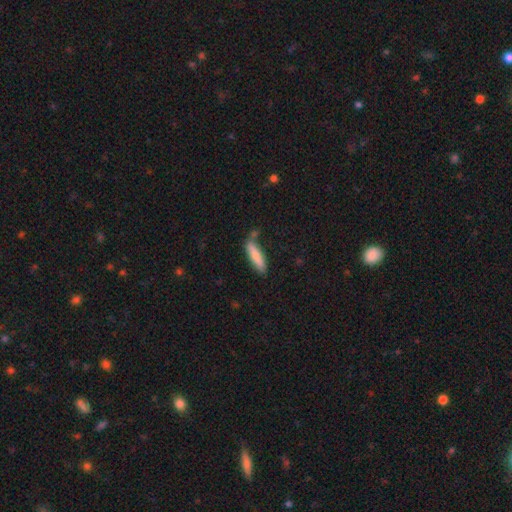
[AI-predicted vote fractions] Overall: smooth (80%). How rounded: cigar-shaped (73%). Merging: none (71%).